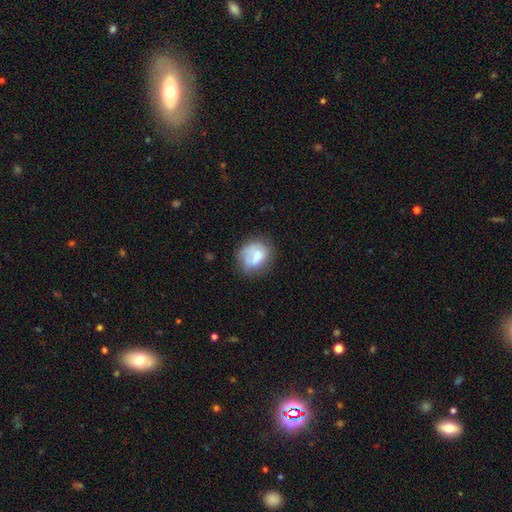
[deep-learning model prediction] Smooth or featured?
  - smooth: 62% *
  - featured or disk: 29%
  - star or artifact: 9%
How rounded?
  - round: 57% *
  - in between: 41%
  - cigar-shaped: 1%
Merging?
  - none: 51% *
  - minor disturbance: 28%
  - major disturbance: 16%
  - merger: 5%